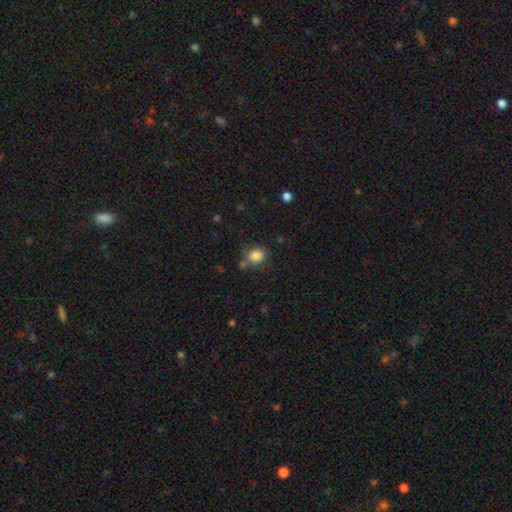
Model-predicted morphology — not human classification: Smooth or featured: smooth — 84% (star or artifact — 10%)
How rounded: round — 66% (in between — 33%)
Merging: none — 67% (minor disturbance — 18%)